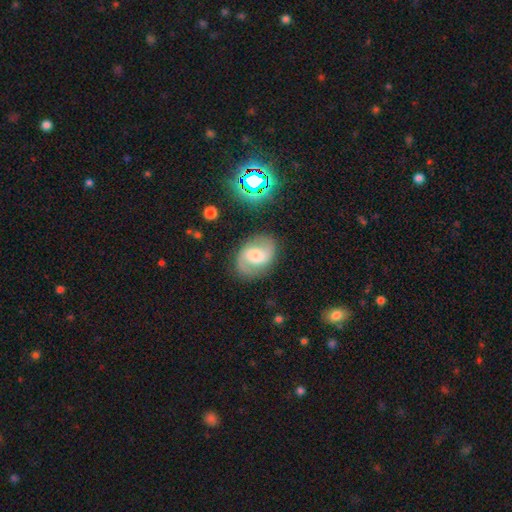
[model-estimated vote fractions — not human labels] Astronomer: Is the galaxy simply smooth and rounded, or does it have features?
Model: featured or disk — 71%.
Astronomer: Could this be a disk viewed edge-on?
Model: no — 97%.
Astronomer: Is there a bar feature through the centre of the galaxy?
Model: weak — 49% (runner-up: no, 29%).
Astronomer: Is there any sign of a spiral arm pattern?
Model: yes — 92%.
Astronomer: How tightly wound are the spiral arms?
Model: medium — 51% (runner-up: loose, 31%).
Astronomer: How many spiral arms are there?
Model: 2 — 90%.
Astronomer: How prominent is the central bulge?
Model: moderate — 47% (runner-up: small, 27%).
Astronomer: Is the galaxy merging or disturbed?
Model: none — 81%.